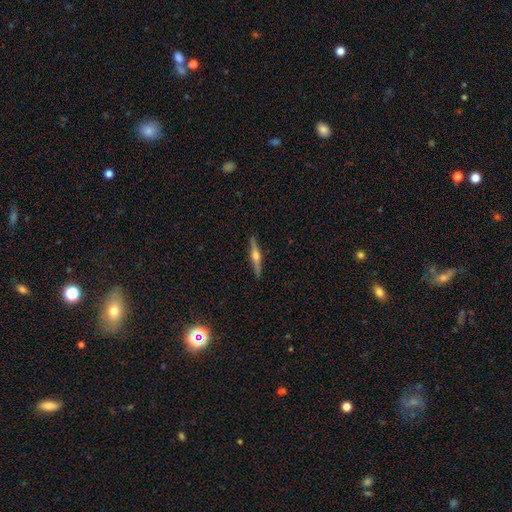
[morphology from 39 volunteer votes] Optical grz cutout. It shows a featured or disk galaxy (72%) viewed edge-on (100%) with a rounded central bulge (93%). Merging: none (87%).